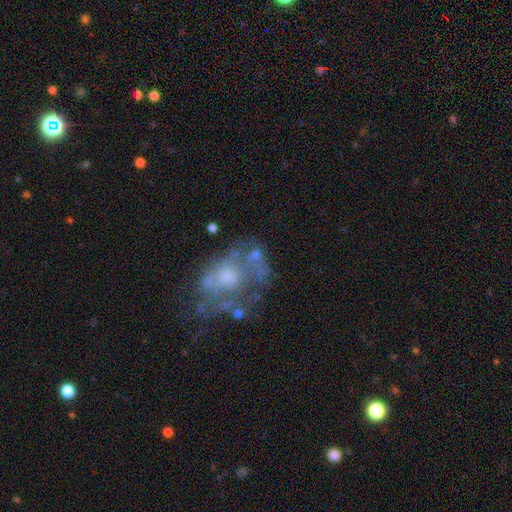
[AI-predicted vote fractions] A featured or disk galaxy (59%) with no bar (88%), no spiral arms (82%) and a moderate central bulge (44%). Merging: none (38%).